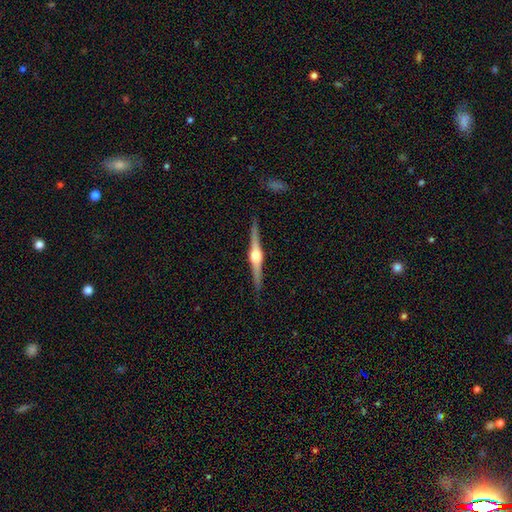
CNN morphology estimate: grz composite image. It shows a featured or disk galaxy (86%) viewed edge-on (99%) with a rounded central bulge (91%). Merging: none (91%).